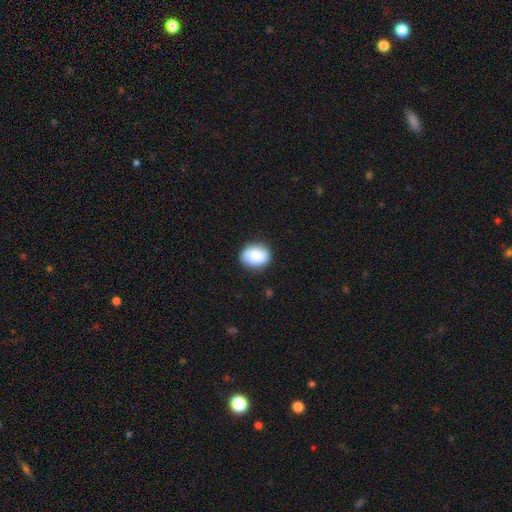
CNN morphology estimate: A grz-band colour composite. It shows a smooth galaxy with no disk features (85%) that is in between round and cigar-shaped (56%). Merging: none (86%).